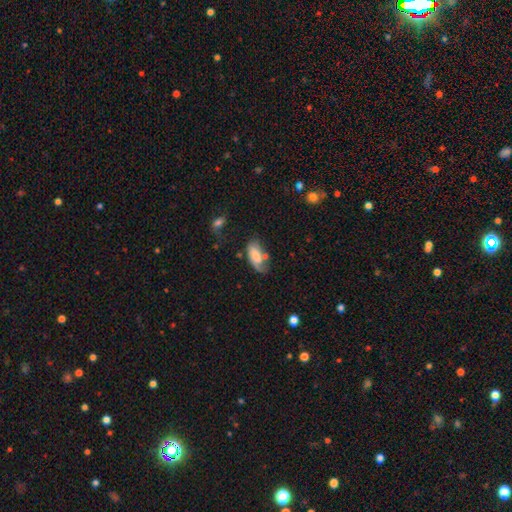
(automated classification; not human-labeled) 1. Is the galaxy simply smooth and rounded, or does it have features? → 64% smooth, 28% featured or disk, 8% star or artifact.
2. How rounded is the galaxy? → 89% in between, 9% cigar-shaped, 3% round.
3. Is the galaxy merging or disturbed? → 38% none, 28% minor disturbance, 20% major disturbance, 14% merger.